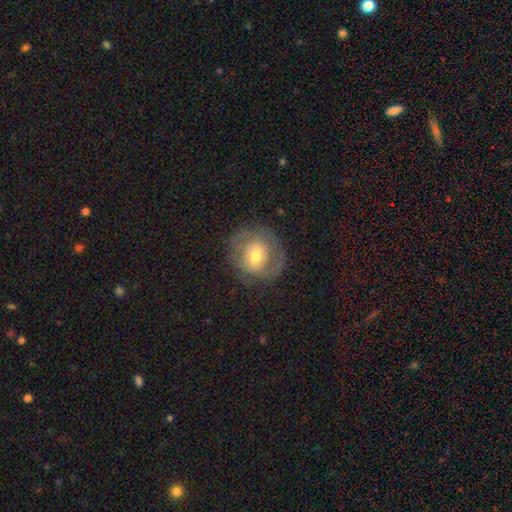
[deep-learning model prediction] Smooth or featured? Predicted: featured or disk (p=0.62). Edge-on disk? Predicted: no (p=0.96). Bar? Predicted: no (p=0.61). Spiral arms? Predicted: yes (p=0.70). Bulge size? Predicted: moderate (p=0.66). Merging? Predicted: none (p=0.71).